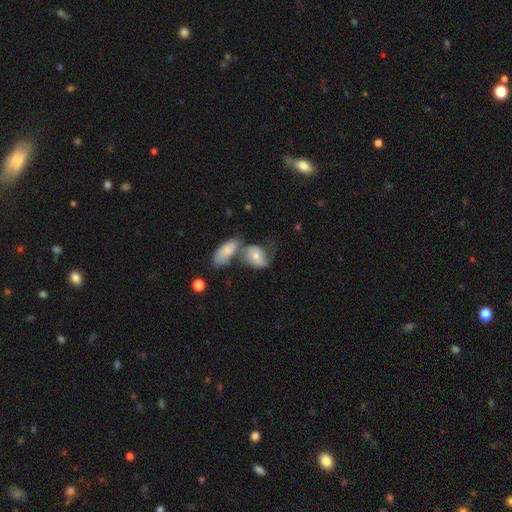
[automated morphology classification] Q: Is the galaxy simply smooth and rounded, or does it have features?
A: featured or disk — 47%.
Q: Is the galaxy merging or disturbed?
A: merger — 42%.